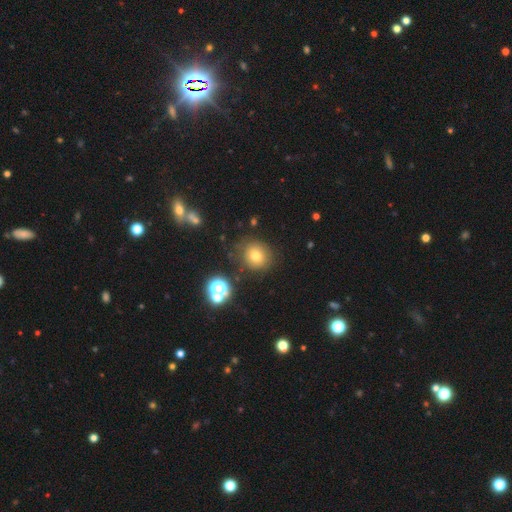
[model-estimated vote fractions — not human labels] Smooth or featured? Predicted: smooth (p=0.70). How rounded? Predicted: round (p=0.83). Merging? Predicted: none (p=0.79).